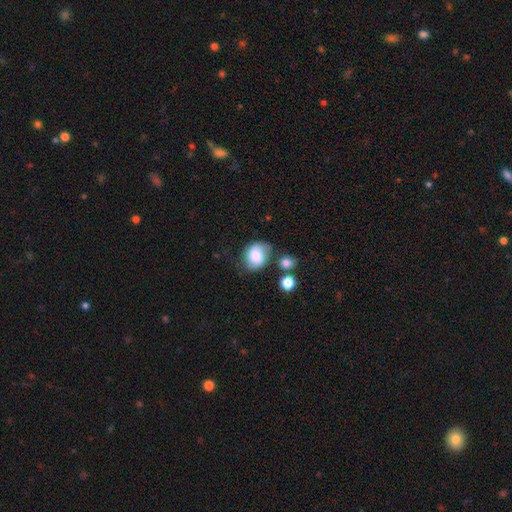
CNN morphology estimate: type=smooth (74%); roundness=round (50%); merging=none (57%).